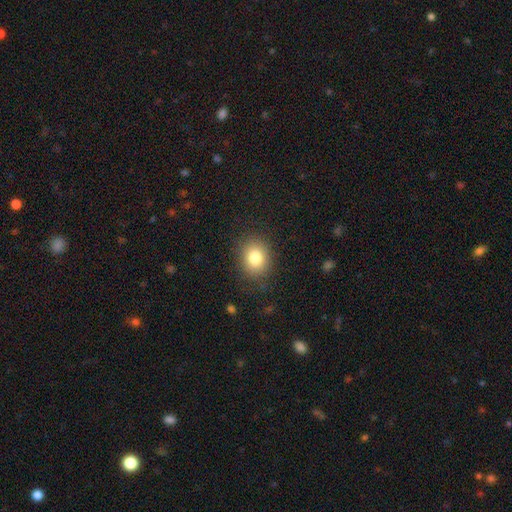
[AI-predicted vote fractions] This appears to be a smooth galaxy with no disk features (82%) that is in between round and cigar-shaped (52%). Merging: none (86%).